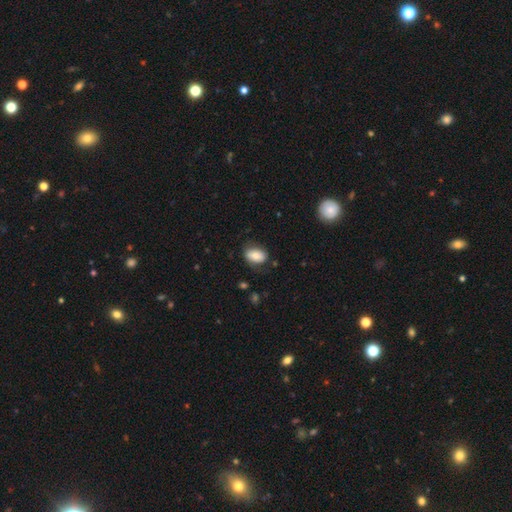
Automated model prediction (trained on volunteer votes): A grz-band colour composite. It shows a smooth galaxy with no disk features (74%) that is in between round and cigar-shaped (84%). Merging: none (72%).